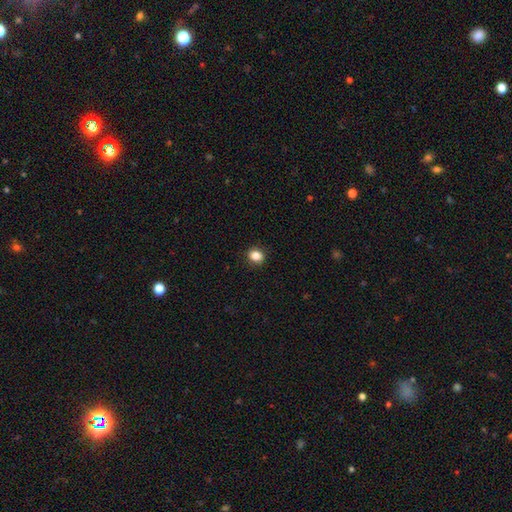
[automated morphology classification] Q: Smooth or featured?
A: smooth (86%); runner-up: star or artifact (10%)
Q: How rounded?
A: round (64%); runner-up: in between (35%)
Q: Merging?
A: none (90%); runner-up: minor disturbance (7%)